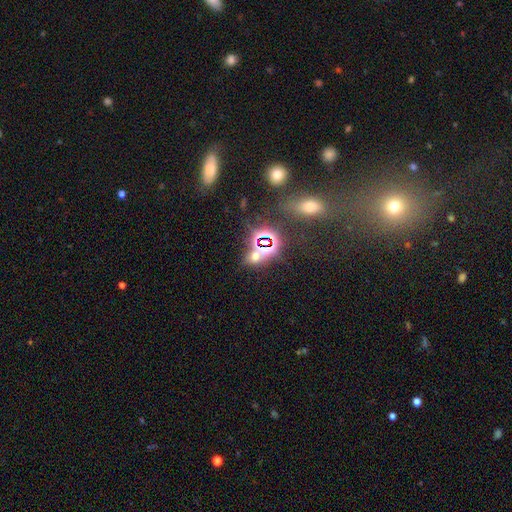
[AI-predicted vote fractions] A star or artifact, not a galaxy (54%).